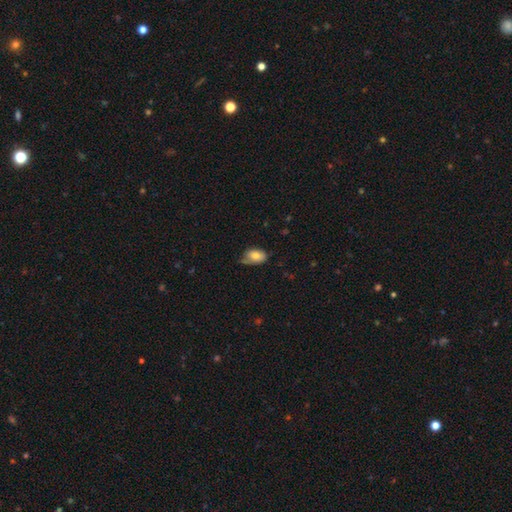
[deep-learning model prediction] This appears to be a smooth galaxy with no disk features (76%) that is in between round and cigar-shaped (88%). Merging: none (49%).